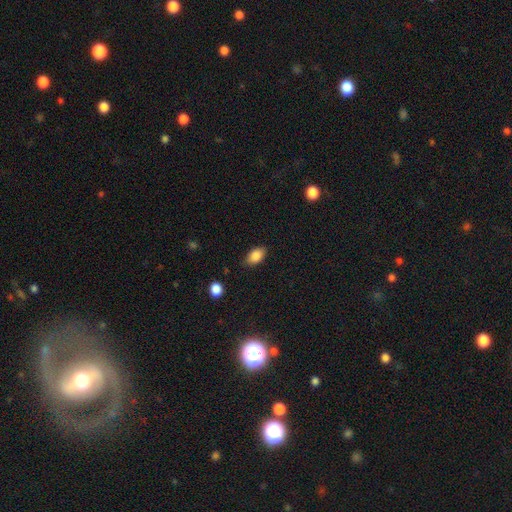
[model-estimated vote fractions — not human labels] Smooth or featured? Predicted: smooth (p=0.86). How rounded? Predicted: in between (p=0.90). Merging? Predicted: none (p=0.81).